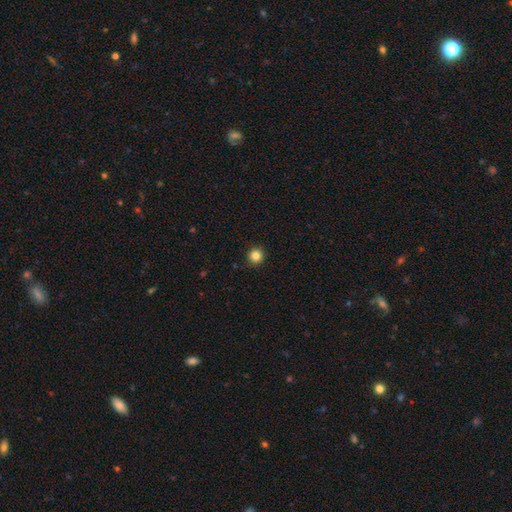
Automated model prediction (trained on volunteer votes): The model was most divided on "smooth or featured": smooth: 84%, star or artifact: 12%, featured or disk: 4%. More confident: how rounded — round (96%); merging — none (93%).